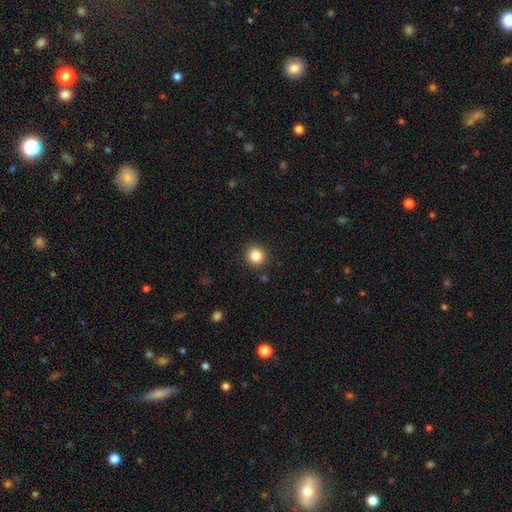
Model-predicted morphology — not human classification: smooth_or_featured: smooth (p=0.85) [alt: star or artifact p=0.11]
how_rounded: round (p=0.93) [alt: in between p=0.06]
merging: none (p=0.91) [alt: minor disturbance p=0.06]